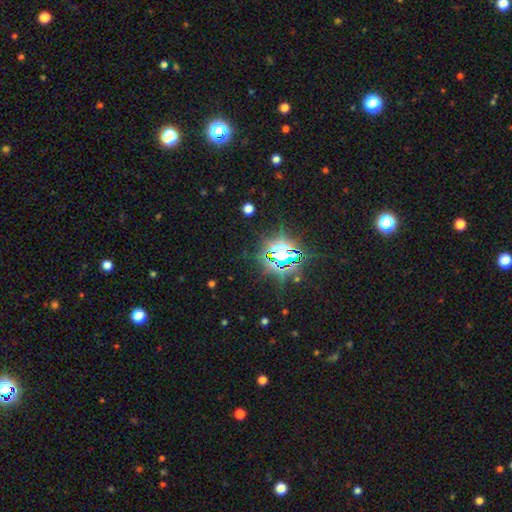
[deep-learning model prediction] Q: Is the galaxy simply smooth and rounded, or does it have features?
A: star or artifact — 82%.